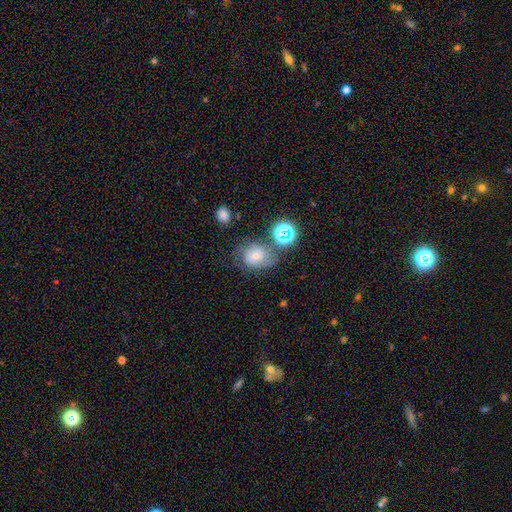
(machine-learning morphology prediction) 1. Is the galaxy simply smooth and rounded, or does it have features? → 43% featured or disk, 36% smooth, 21% star or artifact.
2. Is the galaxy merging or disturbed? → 57% none, 20% minor disturbance, 13% merger, 10% major disturbance.